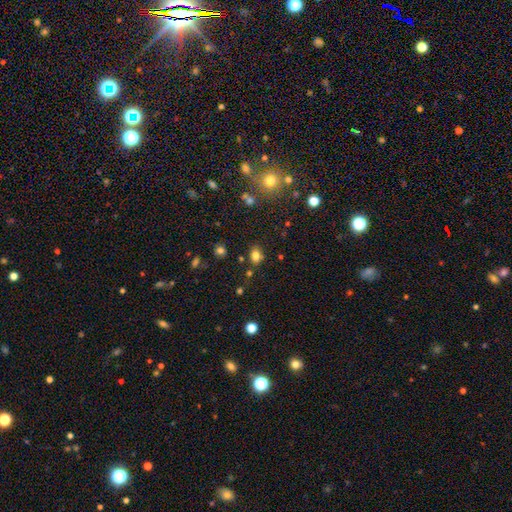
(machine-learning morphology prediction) smooth 79%, star or artifact 14%, featured or disk 7%. Down the decision tree: how rounded — in between (59%); merging — none (78%).